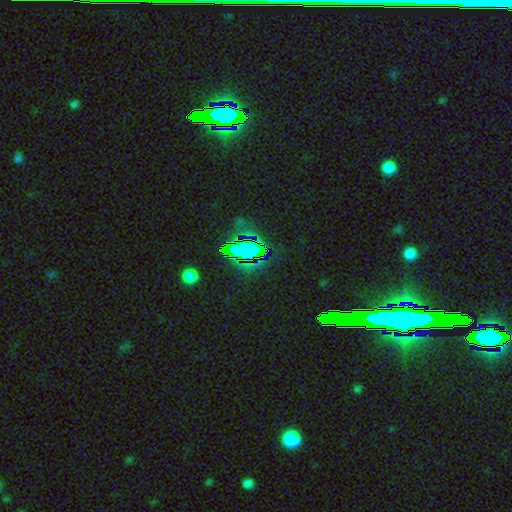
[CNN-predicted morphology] smooth_or_featured: star or artifact (p=0.81) [alt: smooth p=0.10]